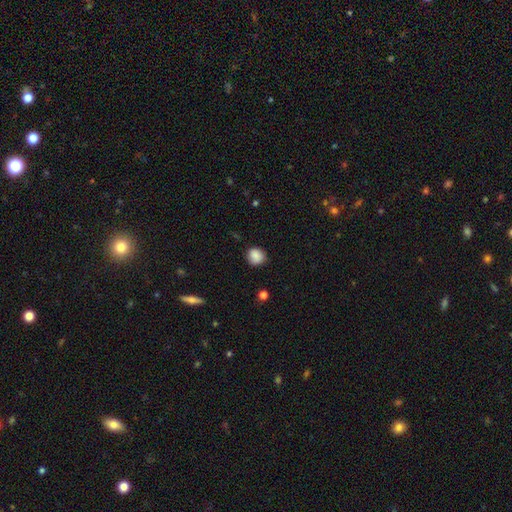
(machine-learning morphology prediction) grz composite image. It shows a smooth galaxy with no disk features (88%) that is round (84%). Merging: none (84%).